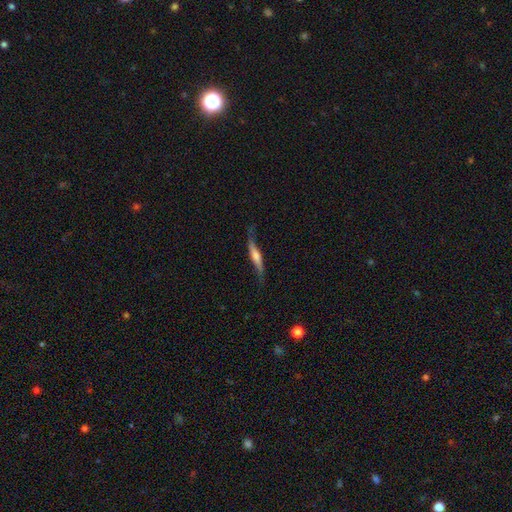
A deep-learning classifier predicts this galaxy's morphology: The model was most divided on "smooth or featured": featured or disk: 60%, smooth: 34%, star or artifact: 6%. More confident: edge-on disk — yes (77%); merging — none (61%).